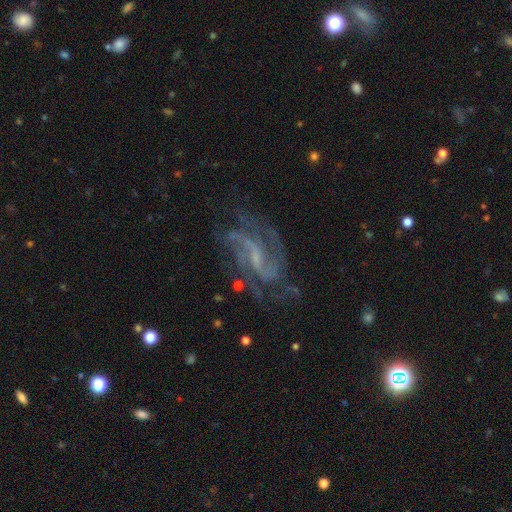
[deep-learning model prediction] A featured or disk galaxy (84%) with a weak bar (51%), 2 (51%) medium (48%) spiral arms (94%) and a small central bulge (45%).

Vote fractions:
- Smooth or featured? featured or disk: 84% / star or artifact: 9% / smooth: 7%
- Edge-on disk? no: 96% / yes: 4%
- Bar? weak: 51% / strong: 25% / no: 24%
- Spiral arms? yes: 94% / no: 6%
- Spiral winding? medium: 48% / loose: 32% / tight: 20%
- Spiral arm count? 2: 51% / can't tell: 17% / 3: 16% / 4: 6% / 1: 5% / more than 4: 5%
- Bulge size? small: 45% / none: 36% / moderate: 16% / large: 2% / dominant: 1%
- Merging? none: 62% / minor disturbance: 18% / major disturbance: 17% / merger: 3%